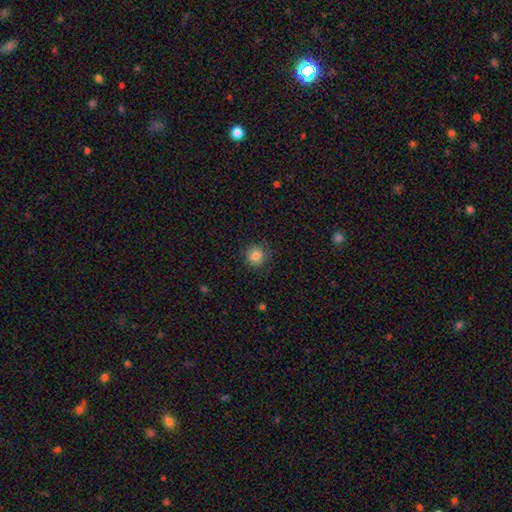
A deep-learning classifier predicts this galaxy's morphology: Q: Smooth or featured?
A: smooth (83%); runner-up: star or artifact (11%)
Q: How rounded?
A: round (93%); runner-up: in between (7%)
Q: Merging?
A: none (88%); runner-up: minor disturbance (9%)